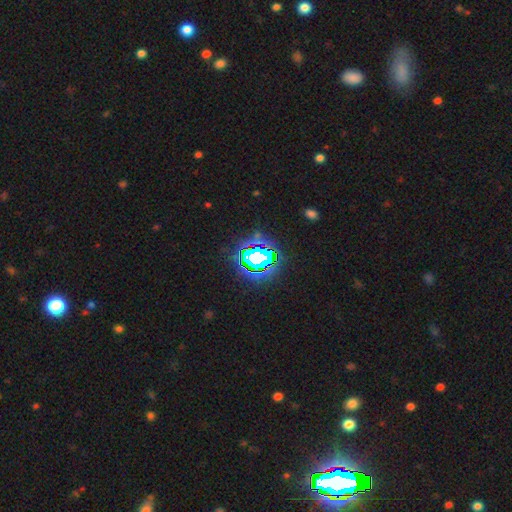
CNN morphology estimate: smooth_or_featured: star or artifact (p=0.66) [alt: smooth p=0.17]